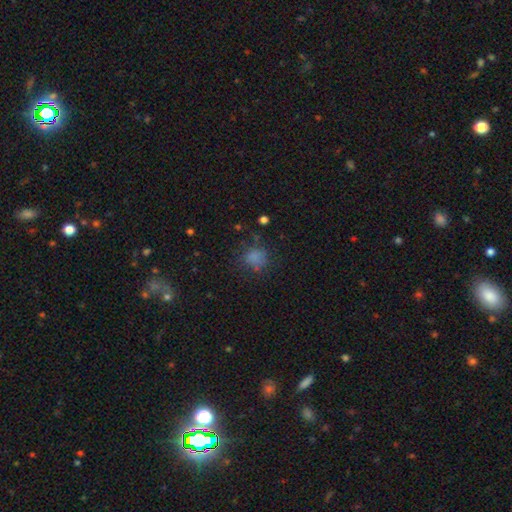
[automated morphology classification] Smooth or featured: smooth — 73% (star or artifact — 17%)
How rounded: round — 72% (in between — 27%)
Merging: none — 65% (minor disturbance — 19%)